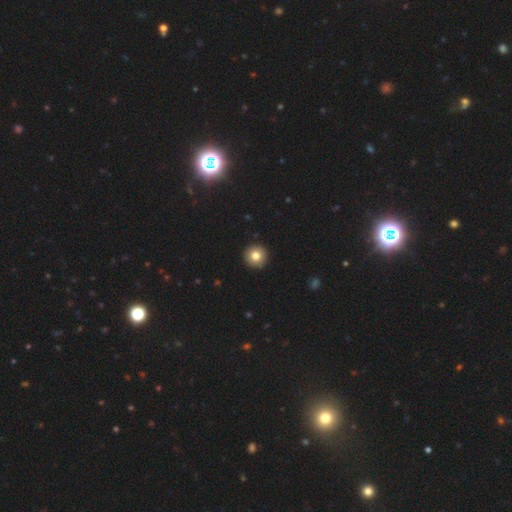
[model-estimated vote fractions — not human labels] A smooth galaxy with no disk features (80%) that is round (96%).

Vote fractions:
- Smooth or featured? smooth: 80% / star or artifact: 10% / featured or disk: 10%
- How rounded? round: 96% / in between: 3% / cigar-shaped: 1%
- Merging? none: 93% / minor disturbance: 4% / major disturbance: 1% / merger: 1%